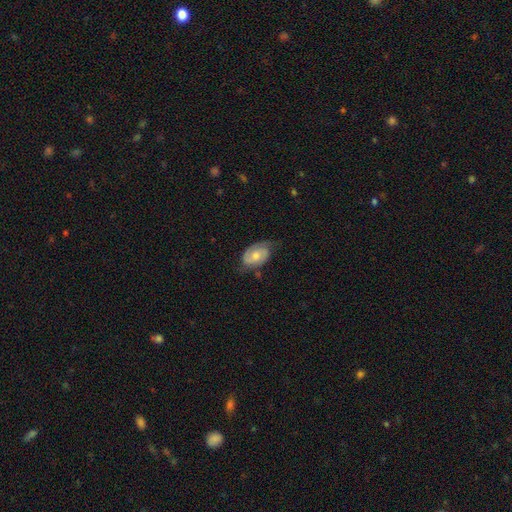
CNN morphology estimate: This appears to be a featured or disk galaxy (63%) with no bar (69%), 2 (71%) tight (44%) spiral arms (88%) and a moderate central bulge (60%). Merging: none (58%).